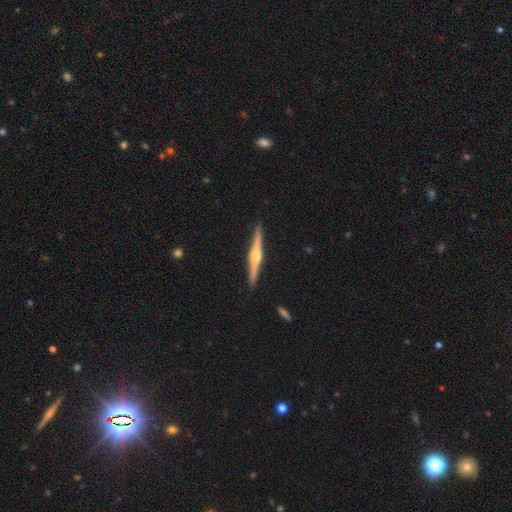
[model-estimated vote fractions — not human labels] featured or disk 78%, smooth 17%, star or artifact 5%. Down the decision tree: edge-on disk — yes (98%); edge-on bulge — rounded (91%); merging — none (91%).